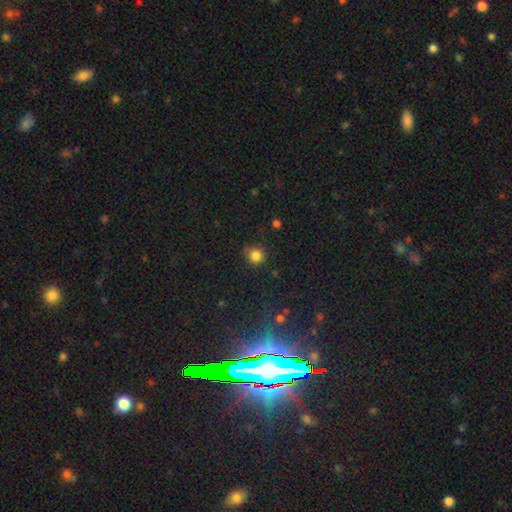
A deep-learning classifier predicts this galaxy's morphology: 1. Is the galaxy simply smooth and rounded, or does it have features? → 83% smooth, 13% star or artifact, 4% featured or disk.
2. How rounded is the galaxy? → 92% round, 7% in between, 1% cigar-shaped.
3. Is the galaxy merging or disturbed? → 81% none, 14% minor disturbance, 3% major disturbance, 2% merger.